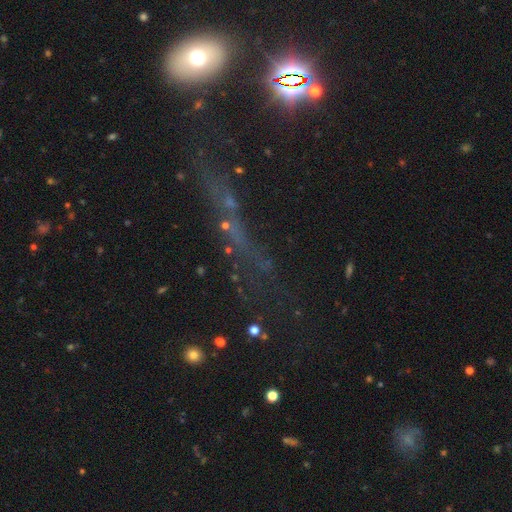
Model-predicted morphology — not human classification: Smooth or featured? Predicted: star or artifact (p=0.46).